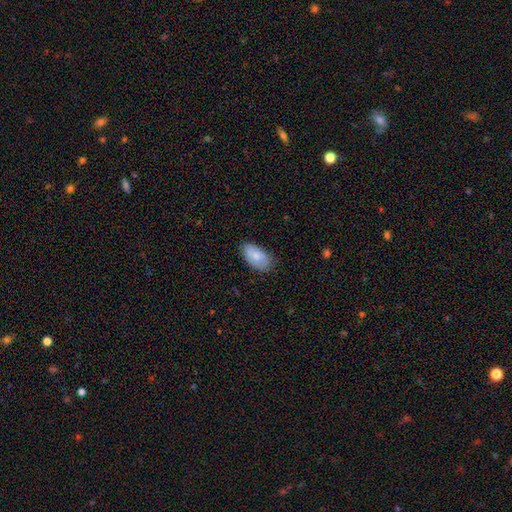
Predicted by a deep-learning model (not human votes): Overall: smooth (78%). How rounded: in between (95%). Merging: none (78%).